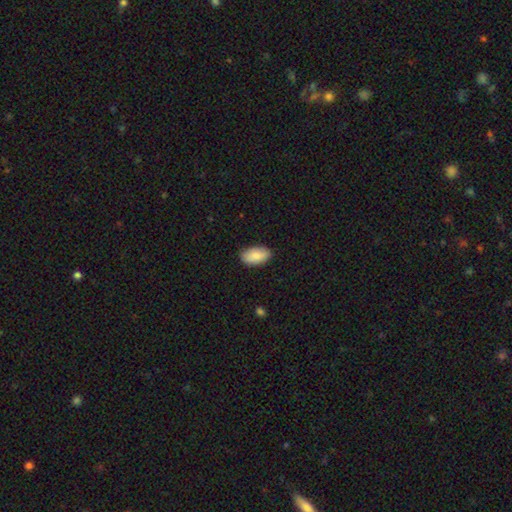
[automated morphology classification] type=smooth (88%); roundness=in between (95%); merging=none (86%).